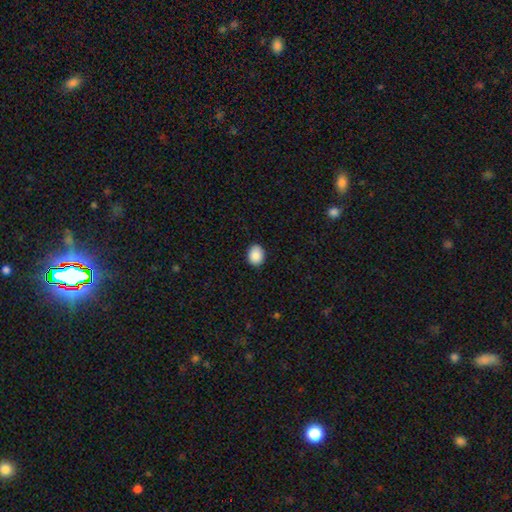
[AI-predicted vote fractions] Q: Smooth or featured?
A: smooth (90%); runner-up: star or artifact (8%)
Q: How rounded?
A: in between (54%); runner-up: round (46%)
Q: Merging?
A: none (89%); runner-up: minor disturbance (8%)